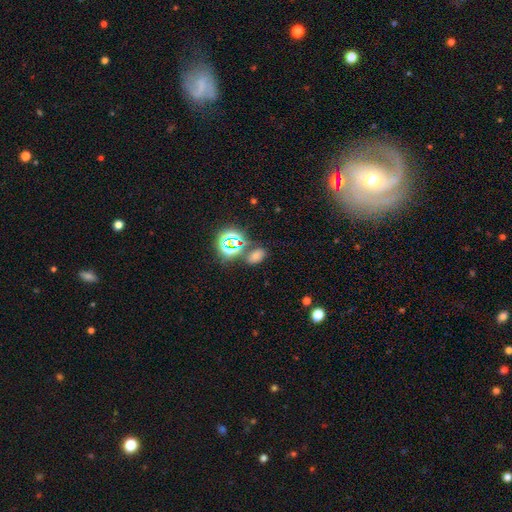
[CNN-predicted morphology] The model was most divided on "smooth or featured": smooth: 61%, star or artifact: 31%, featured or disk: 8%. More confident: how rounded — in between (82%); merging — none (71%).